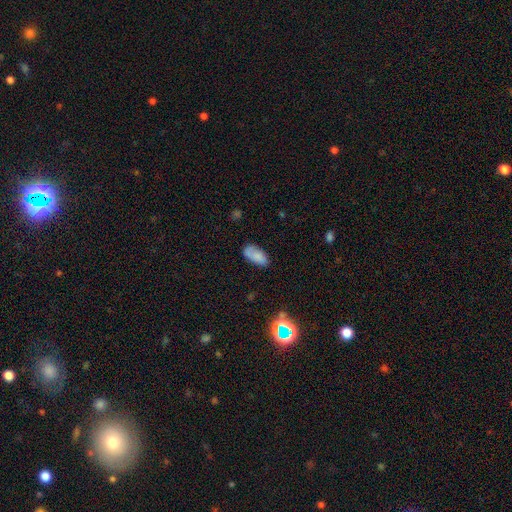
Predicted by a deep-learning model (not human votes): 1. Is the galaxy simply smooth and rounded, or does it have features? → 77% smooth, 13% featured or disk, 9% star or artifact.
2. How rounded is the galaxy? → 92% in between, 5% cigar-shaped, 3% round.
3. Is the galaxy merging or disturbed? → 63% none, 24% minor disturbance, 8% major disturbance, 4% merger.